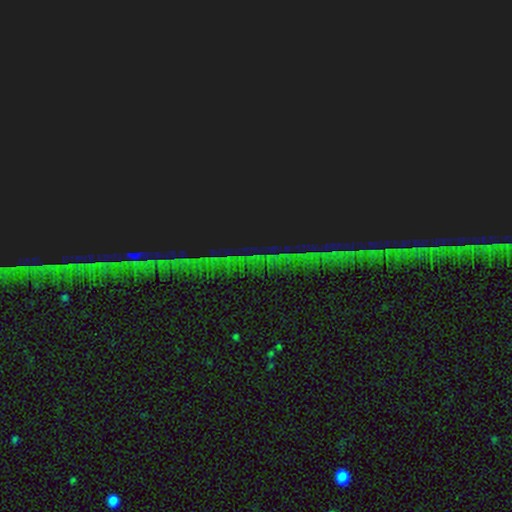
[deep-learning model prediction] smooth_or_featured: star or artifact (p=0.86) [alt: featured or disk p=0.07]